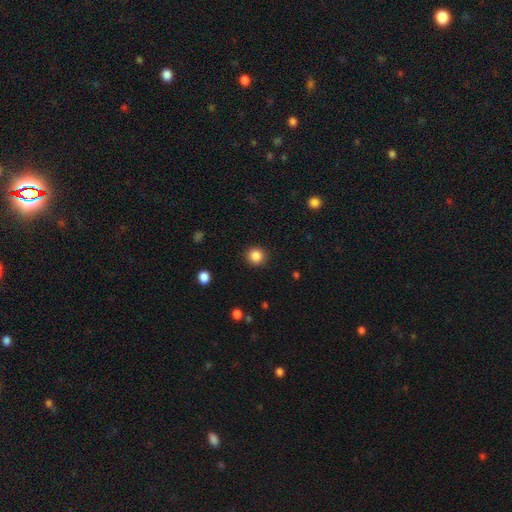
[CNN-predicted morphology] Smooth or featured?
  - smooth: 87% *
  - star or artifact: 10%
  - featured or disk: 3%
How rounded?
  - round: 91% *
  - in between: 8%
  - cigar-shaped: 1%
Merging?
  - none: 91% *
  - minor disturbance: 6%
  - major disturbance: 2%
  - merger: 1%